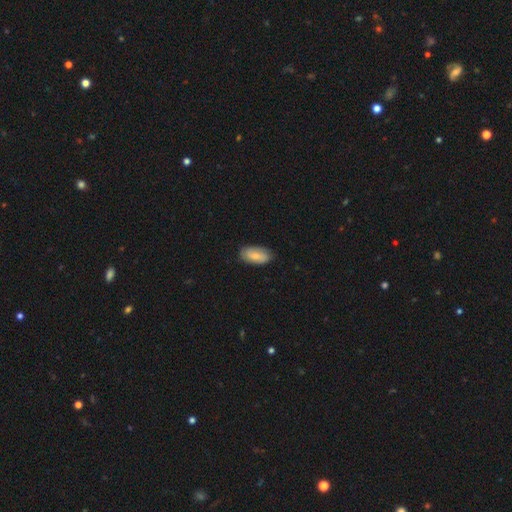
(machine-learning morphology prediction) Smooth or featured? smooth (78%)
How rounded? in between (93%)
Merging? none (81%)